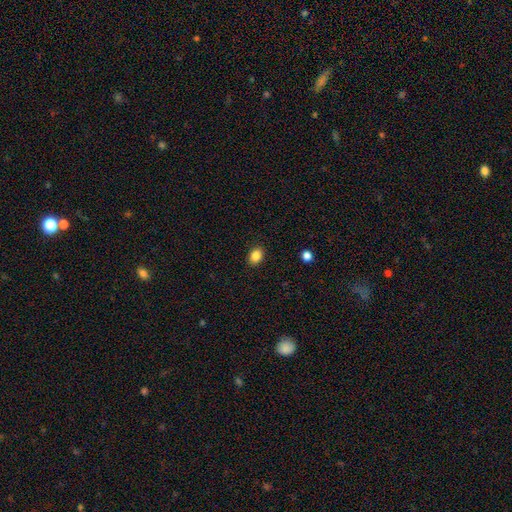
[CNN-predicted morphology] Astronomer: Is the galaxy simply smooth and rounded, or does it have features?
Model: smooth — 86%.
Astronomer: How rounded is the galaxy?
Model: in between — 65%.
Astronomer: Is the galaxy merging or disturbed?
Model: none — 89%.